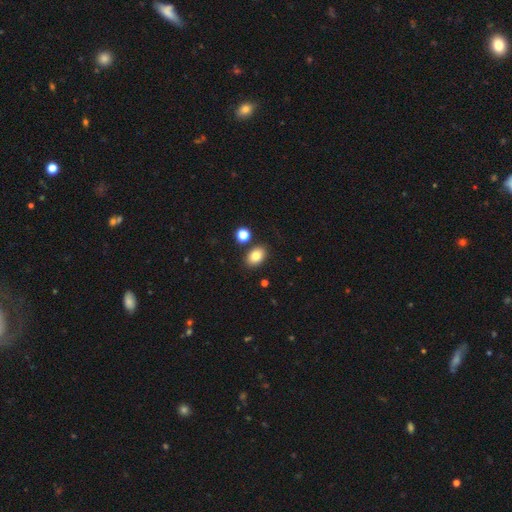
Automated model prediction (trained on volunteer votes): A smooth galaxy with no disk features (83%) that is in between round and cigar-shaped (80%).

Vote fractions:
- Smooth or featured? smooth: 83% / star or artifact: 10% / featured or disk: 8%
- How rounded? in between: 80% / round: 19% / cigar-shaped: 1%
- Merging? none: 83% / minor disturbance: 9% / merger: 5% / major disturbance: 2%